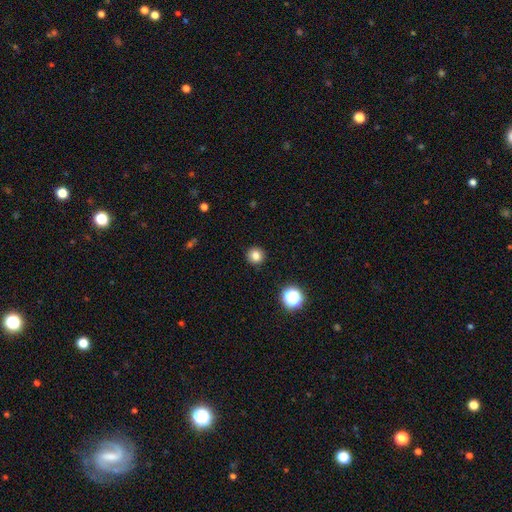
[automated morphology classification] Smooth or featured: smooth — 82% (star or artifact — 13%)
How rounded: round — 93% (in between — 6%)
Merging: none — 92% (minor disturbance — 5%)